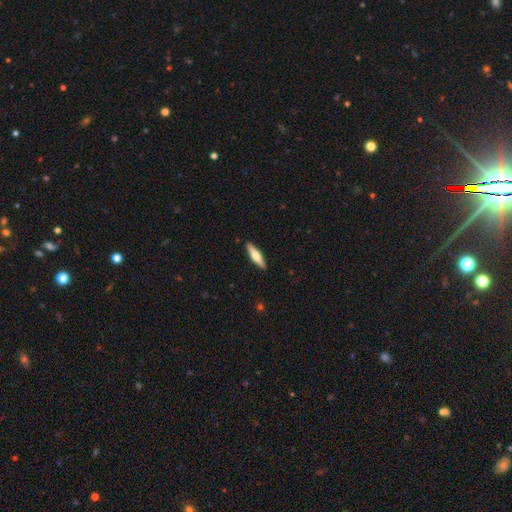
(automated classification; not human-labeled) Smooth or featured? smooth (52%)
How rounded? cigar-shaped (74%)
Merging? none (91%)